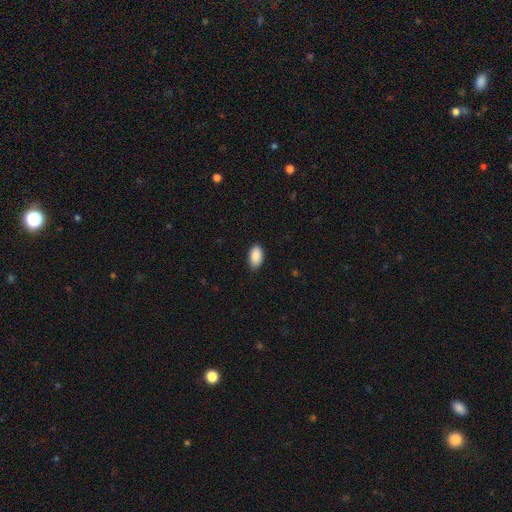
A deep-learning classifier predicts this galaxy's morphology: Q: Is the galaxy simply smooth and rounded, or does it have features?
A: smooth — 89%.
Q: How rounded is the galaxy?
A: in between — 95%.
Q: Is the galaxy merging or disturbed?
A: none — 85%.